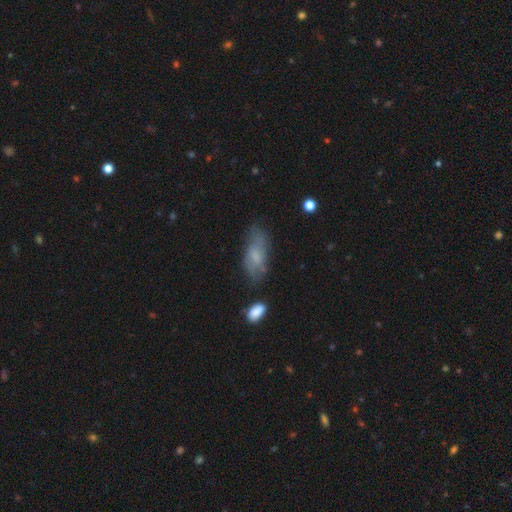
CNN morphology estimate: smooth-or-featured: smooth: 61% | featured or disk: 30% | star or artifact: 8%
  how-rounded: in between: 82% | cigar-shaped: 15% | round: 3%
  merging: none: 60% | minor disturbance: 26% | major disturbance: 9% | merger: 4%